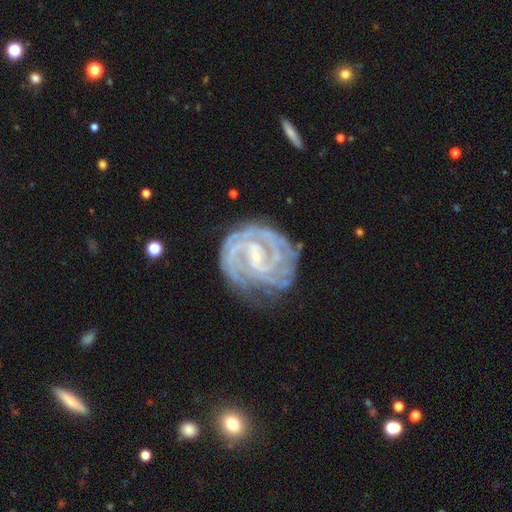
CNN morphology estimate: featured or disk 90%, star or artifact 5%, smooth 5%. Down the decision tree: edge-on disk — no (98%); bar — no (42%); spiral arms — yes (97%); spiral arm count — 2 (27%); spiral winding — tight (74%); bulge size — small (85%); merging — none (68%).